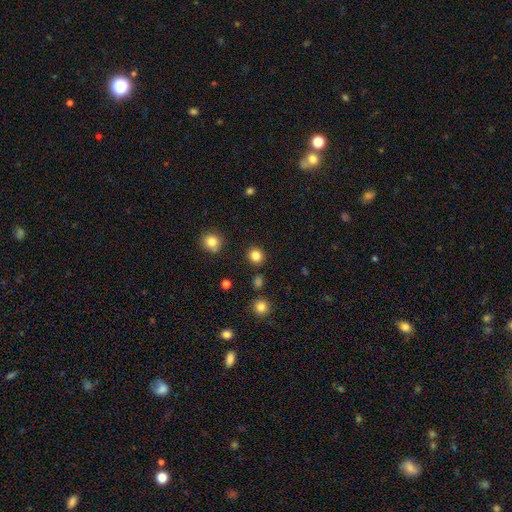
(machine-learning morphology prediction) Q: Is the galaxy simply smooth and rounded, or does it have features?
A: smooth — 83%.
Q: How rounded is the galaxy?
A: round — 89%.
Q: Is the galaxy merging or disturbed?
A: none — 89%.